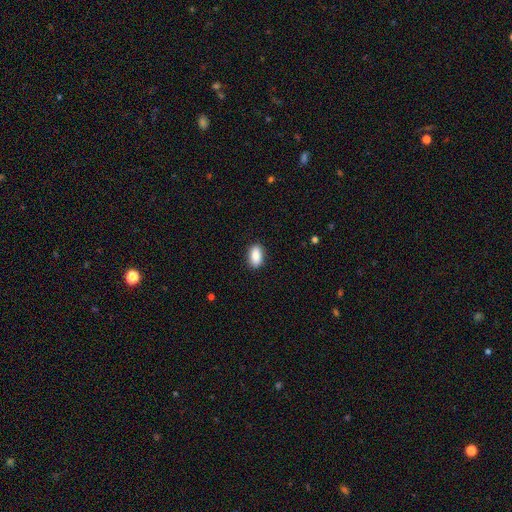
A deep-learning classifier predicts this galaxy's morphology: Smooth or featured? Predicted: smooth (p=0.90). How rounded? Predicted: in between (p=0.92). Merging? Predicted: none (p=0.89).